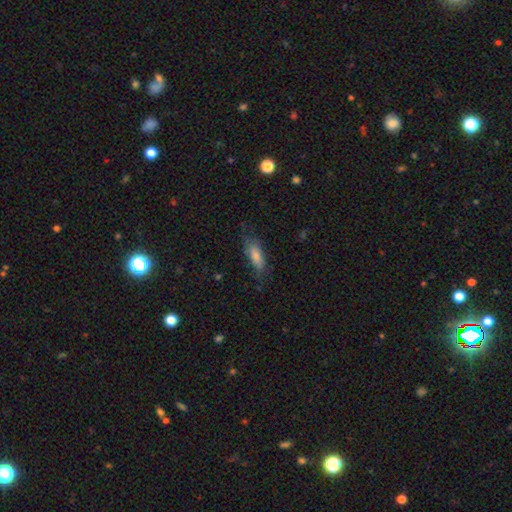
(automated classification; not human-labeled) Smooth or featured? smooth (70%)
How rounded? in between (58%)
Merging? none (69%)